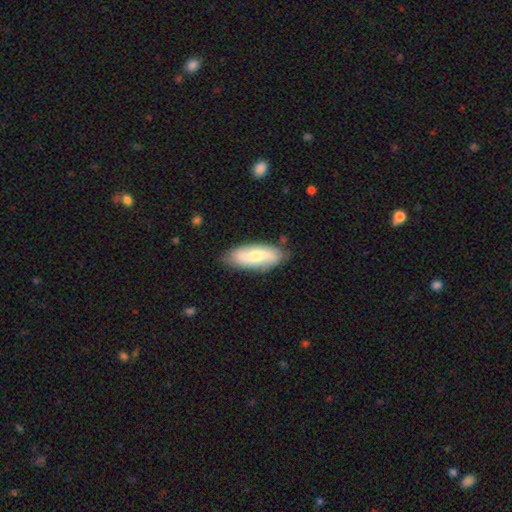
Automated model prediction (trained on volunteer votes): Smooth or featured? Predicted: featured or disk (p=0.50). Merging? Predicted: none (p=0.82).